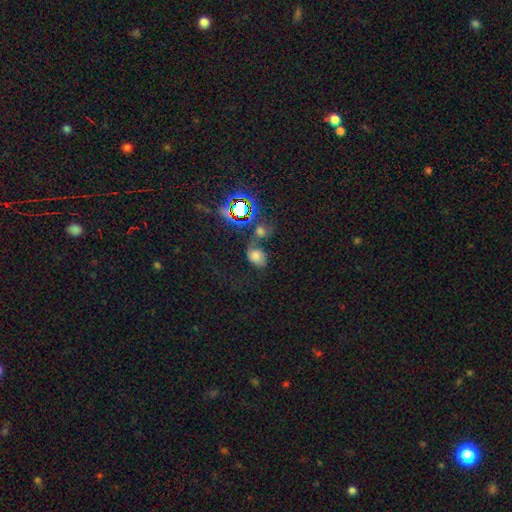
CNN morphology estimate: Smooth or featured? Predicted: smooth (p=0.58). How rounded? Predicted: in between (p=0.69). Merging? Predicted: none (p=0.38).